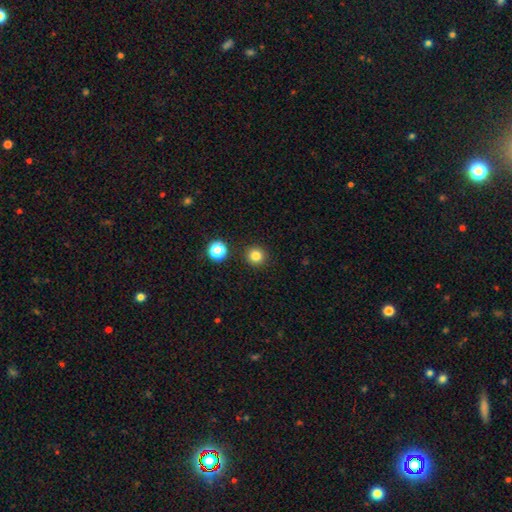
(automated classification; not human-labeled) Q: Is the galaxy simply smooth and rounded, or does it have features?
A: smooth — 81%.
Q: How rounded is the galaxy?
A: round — 95%.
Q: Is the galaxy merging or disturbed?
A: none — 91%.